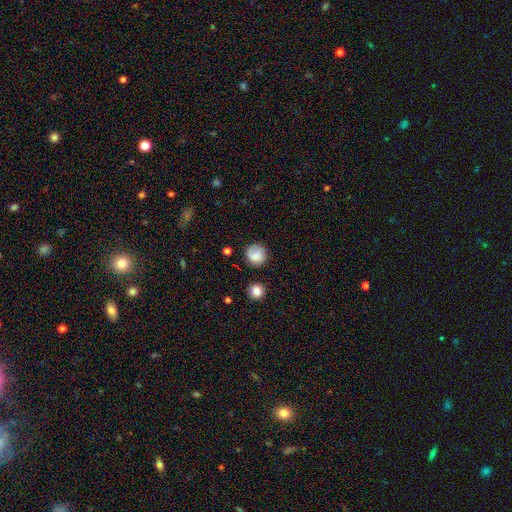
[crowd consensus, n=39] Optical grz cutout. It shows a smooth galaxy with no disk features (74%) that is round (93%). Merging: none (56%).